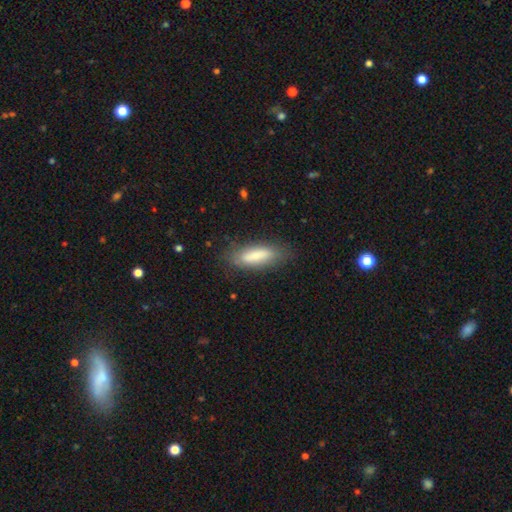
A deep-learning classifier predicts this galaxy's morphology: Smooth or featured: smooth — 77% (featured or disk — 17%)
How rounded: cigar-shaped — 50% (in between — 49%)
Merging: none — 77% (minor disturbance — 17%)